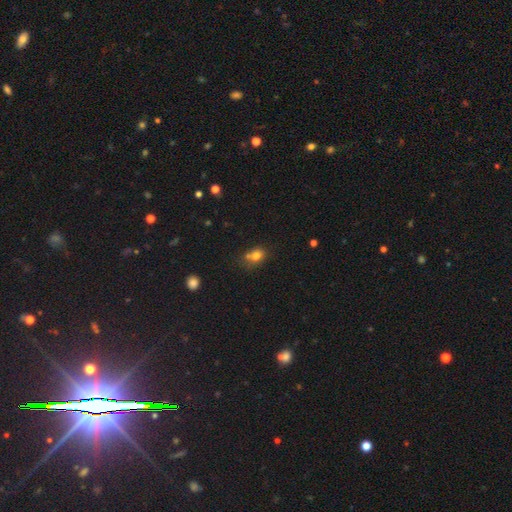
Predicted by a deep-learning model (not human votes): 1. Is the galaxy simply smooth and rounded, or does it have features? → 76% smooth, 13% star or artifact, 11% featured or disk.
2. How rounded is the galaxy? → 51% in between, 48% round, 1% cigar-shaped.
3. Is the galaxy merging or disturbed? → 46% none, 29% merger, 18% minor disturbance, 7% major disturbance.